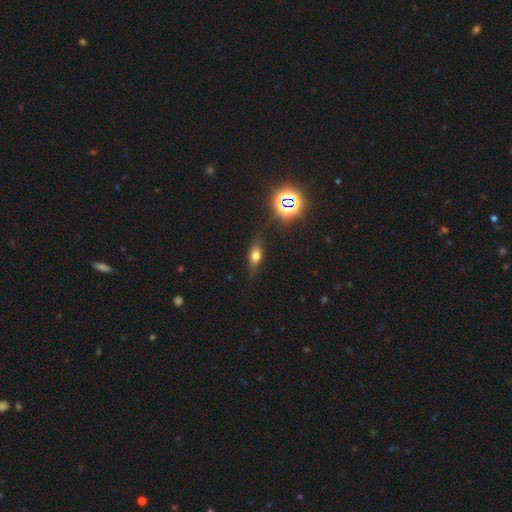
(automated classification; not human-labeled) Smooth or featured: smooth — 52% (featured or disk — 31%)
How rounded: in between — 61% (cigar-shaped — 25%)
Merging: none — 77% (minor disturbance — 16%)